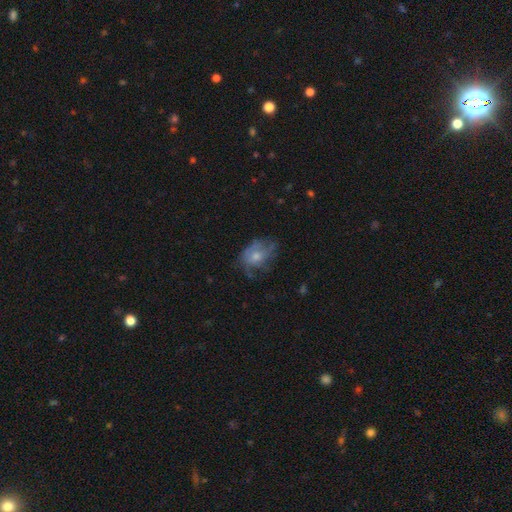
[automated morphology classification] smooth-or-featured: smooth: 50% | featured or disk: 41% | star or artifact: 9%
  how-rounded: in between: 71% | round: 28% | cigar-shaped: 1%
  merging: none: 44% | minor disturbance: 31% | major disturbance: 23% | merger: 2%